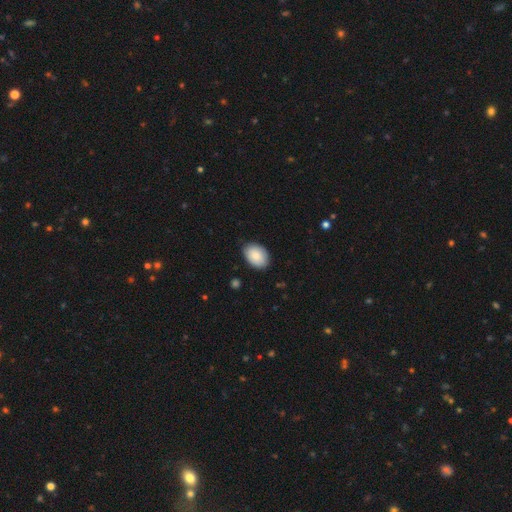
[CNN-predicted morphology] A smooth galaxy with no disk features (87%) that is in between round and cigar-shaped (82%).

Vote fractions:
- Smooth or featured? smooth: 87% / featured or disk: 7% / star or artifact: 6%
- How rounded? in between: 82% / round: 17% / cigar-shaped: 1%
- Merging? none: 83% / minor disturbance: 13% / major disturbance: 2% / merger: 1%